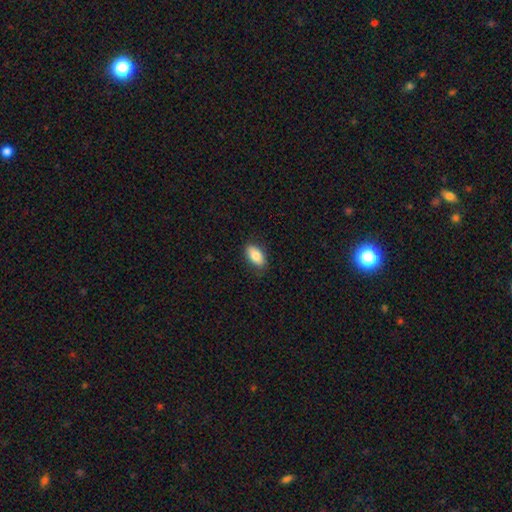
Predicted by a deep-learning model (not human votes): Smooth or featured? Predicted: smooth (p=0.81). How rounded? Predicted: in between (p=0.91). Merging? Predicted: none (p=0.85).